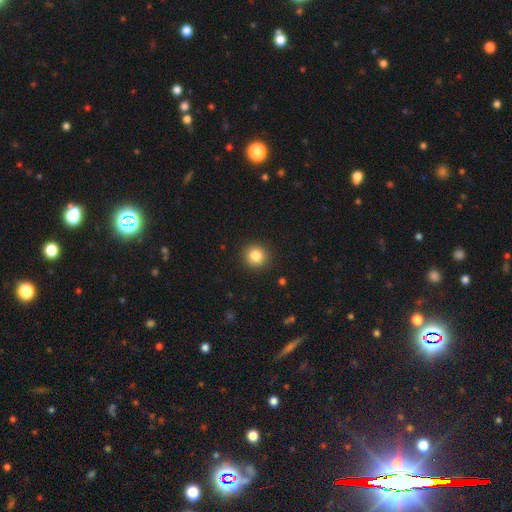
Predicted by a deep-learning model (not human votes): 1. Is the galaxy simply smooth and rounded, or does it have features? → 84% smooth, 10% star or artifact, 6% featured or disk.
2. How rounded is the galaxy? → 92% round, 7% in between, 1% cigar-shaped.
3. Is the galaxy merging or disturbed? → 92% none, 6% minor disturbance, 2% major disturbance, 1% merger.